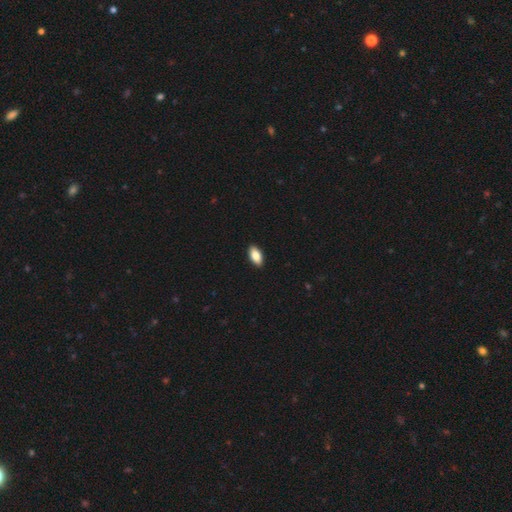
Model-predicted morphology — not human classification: smooth 86%, featured or disk 8%, star or artifact 7%. Down the decision tree: how rounded — in between (91%); merging — none (91%).